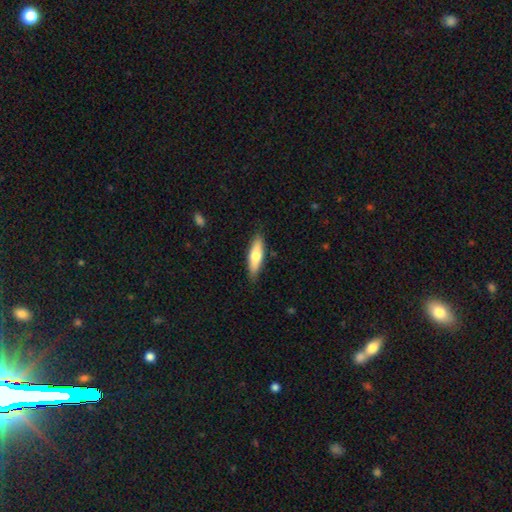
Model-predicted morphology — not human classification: type=smooth (66%); roundness=cigar-shaped (60%); merging=none (87%).